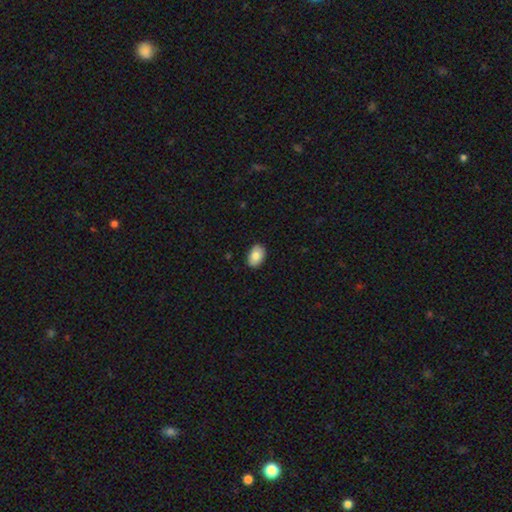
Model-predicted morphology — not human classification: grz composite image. It shows a smooth galaxy with no disk features (84%) that is in between round and cigar-shaped (88%). Merging: none (89%).